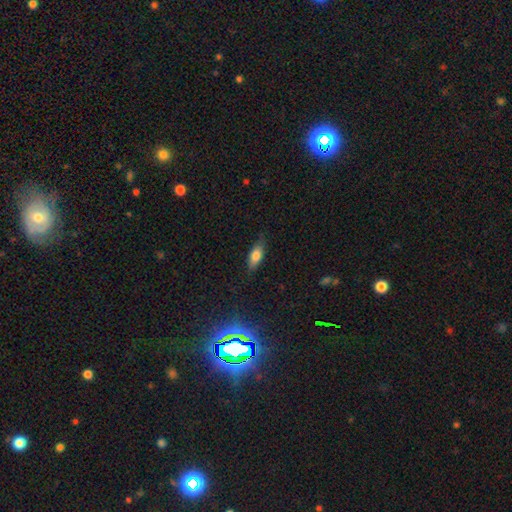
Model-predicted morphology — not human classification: Smooth or featured?
  - smooth: 76% *
  - featured or disk: 16%
  - star or artifact: 8%
How rounded?
  - in between: 72% *
  - cigar-shaped: 25%
  - round: 3%
Merging?
  - none: 79% *
  - minor disturbance: 16%
  - major disturbance: 3%
  - merger: 1%